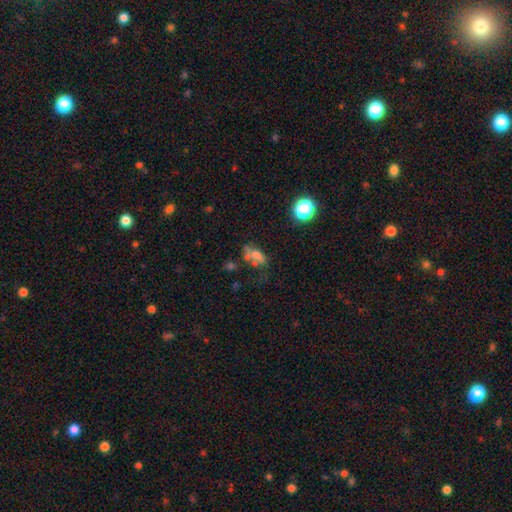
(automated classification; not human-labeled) smooth_or_featured: smooth (p=0.50) [alt: featured or disk p=0.31]
how_rounded: in between (p=0.78) [alt: round p=0.14]
merging: none (p=0.31) [alt: major disturbance p=0.25]